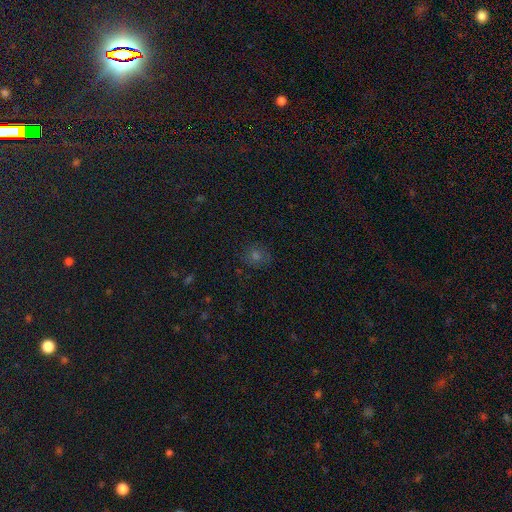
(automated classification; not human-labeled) smooth_or_featured: smooth (p=0.58) [alt: star or artifact p=0.32]
how_rounded: round (p=0.82) [alt: in between p=0.17]
merging: none (p=0.84) [alt: minor disturbance p=0.11]